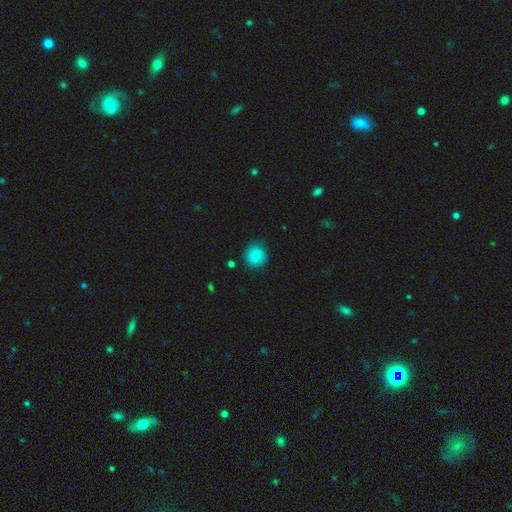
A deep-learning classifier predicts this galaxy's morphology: smooth-or-featured: smooth: 83% | star or artifact: 9% | featured or disk: 8%
  how-rounded: round: 91% | in between: 9% | cigar-shaped: 1%
  merging: none: 83% | minor disturbance: 12% | major disturbance: 3% | merger: 1%